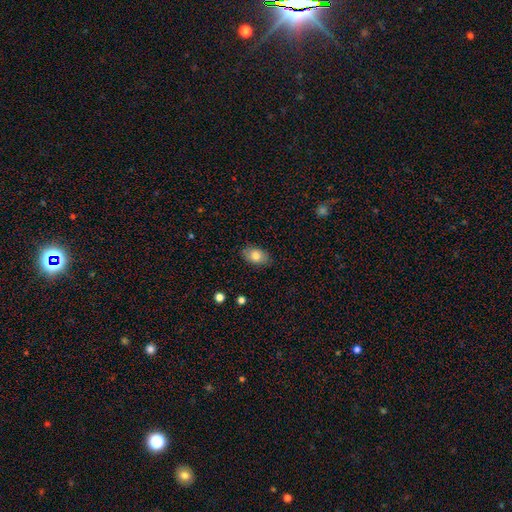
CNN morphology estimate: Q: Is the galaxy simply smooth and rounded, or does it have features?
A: smooth — 80%.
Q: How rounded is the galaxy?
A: in between — 86%.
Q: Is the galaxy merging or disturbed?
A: none — 84%.